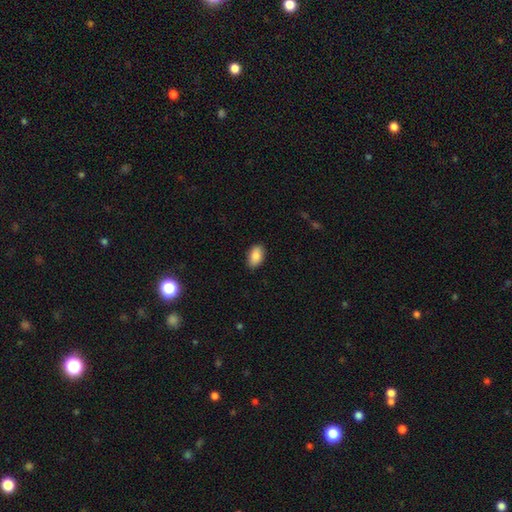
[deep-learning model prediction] The model was most divided on "merging": none: 88%, minor disturbance: 10%, major disturbance: 2%, merger: 1%. More confident: how rounded — in between (93%); smooth or featured — smooth (87%).